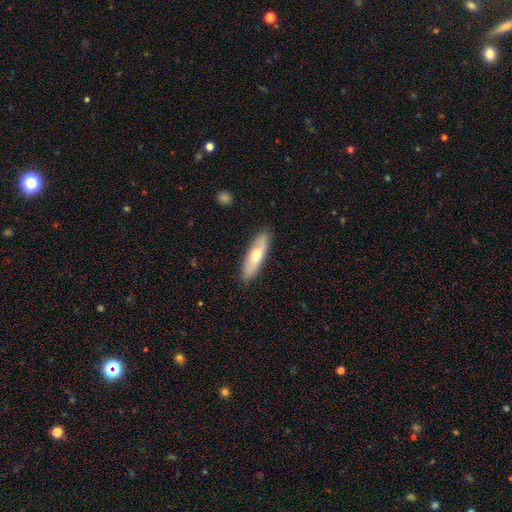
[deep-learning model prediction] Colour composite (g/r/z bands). It shows a smooth galaxy with no disk features (53%) that is in between round and cigar-shaped (51%). Merging: none (83%).